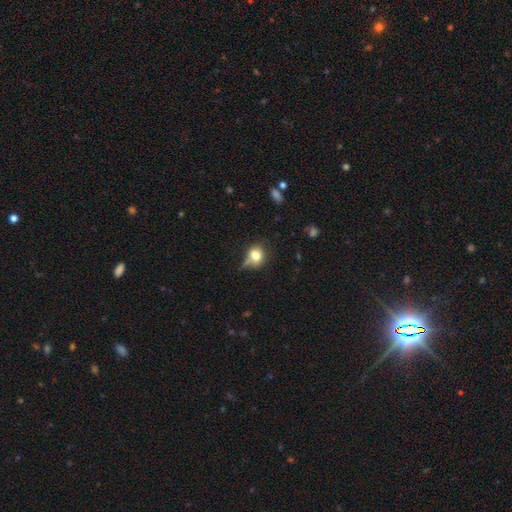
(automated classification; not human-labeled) This is likely a smooth galaxy (74%). How rounded: possibly round (56%). Merging: possibly none (48%).